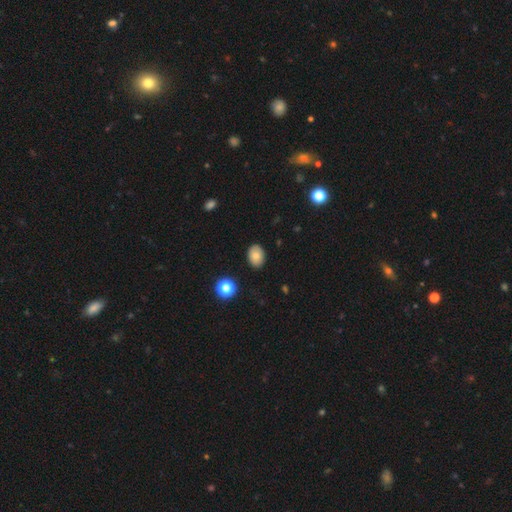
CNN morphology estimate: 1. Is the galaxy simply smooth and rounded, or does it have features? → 81% smooth, 10% star or artifact, 9% featured or disk.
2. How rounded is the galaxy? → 76% in between, 23% round, 1% cigar-shaped.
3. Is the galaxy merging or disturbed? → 87% none, 10% minor disturbance, 2% major disturbance, 1% merger.